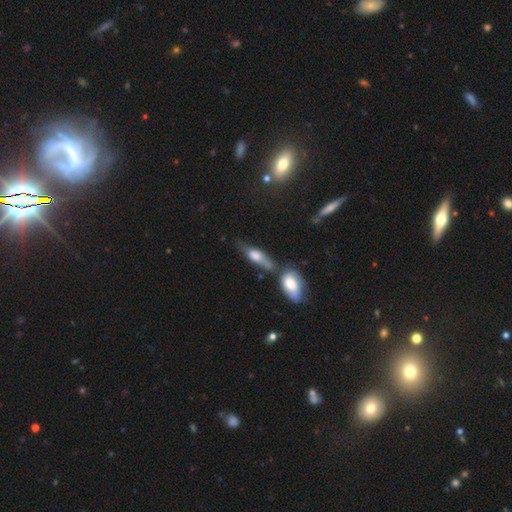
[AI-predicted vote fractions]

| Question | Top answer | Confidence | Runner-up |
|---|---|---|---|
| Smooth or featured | smooth | 50% | featured or disk (41%) |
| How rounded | in between | 54% | cigar-shaped (40%) |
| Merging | none | 42% | merger (28%) |